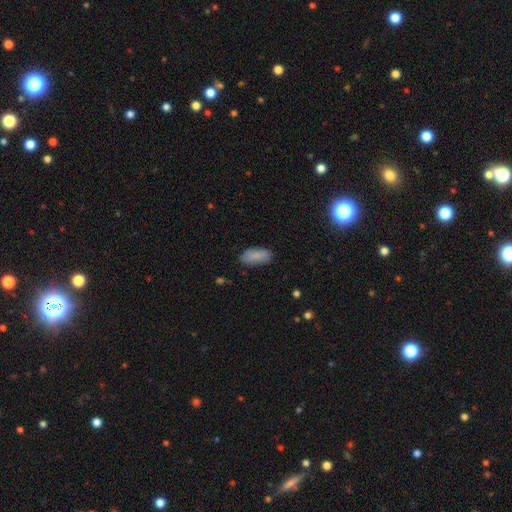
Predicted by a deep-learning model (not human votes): The model was most divided on "merging": none: 81%, minor disturbance: 15%, major disturbance: 3%, merger: 1%. More confident: how rounded — in between (88%); smooth or featured — smooth (87%).